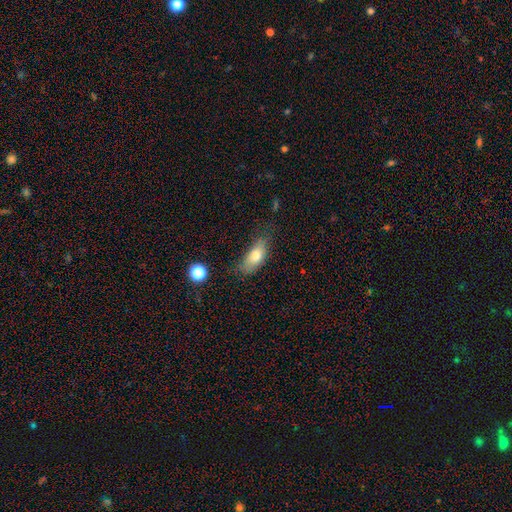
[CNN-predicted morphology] Smooth or featured? Predicted: smooth (p=0.75). How rounded? Predicted: in between (p=0.81). Merging? Predicted: none (p=0.56).